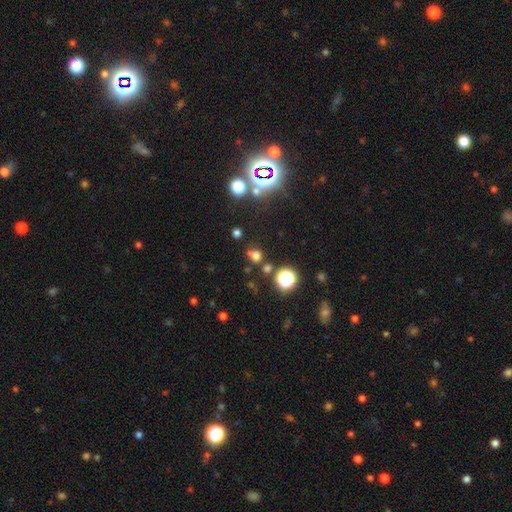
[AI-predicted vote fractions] Morphology: type=smooth (65%); roundness=round (77%); merging=none (67%).